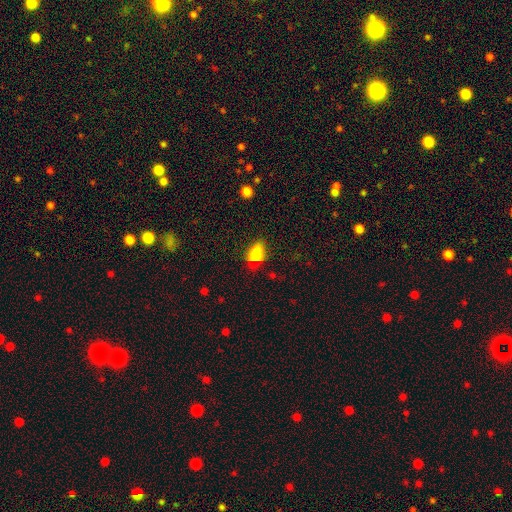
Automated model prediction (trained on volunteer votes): A smooth galaxy with no disk features (79%) that is in between round and cigar-shaped (82%). Merging: none (56%).